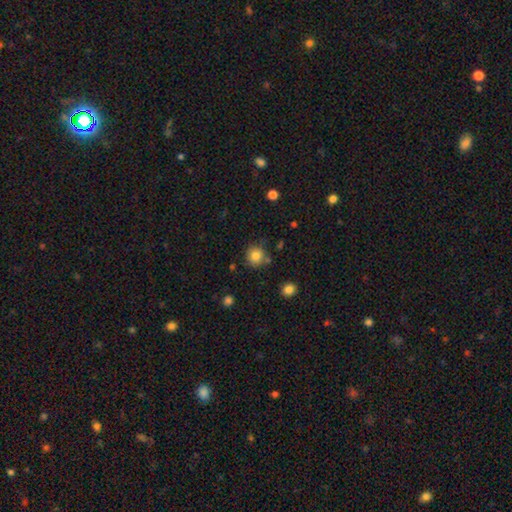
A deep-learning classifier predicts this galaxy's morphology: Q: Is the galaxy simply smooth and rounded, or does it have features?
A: smooth — 83%.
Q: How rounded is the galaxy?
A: round — 91%.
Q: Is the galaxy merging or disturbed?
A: none — 78%.